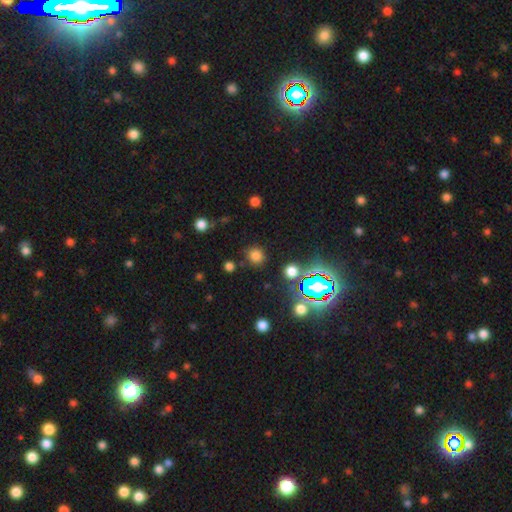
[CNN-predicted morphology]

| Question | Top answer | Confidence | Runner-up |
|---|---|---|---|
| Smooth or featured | smooth | 73% | star or artifact (22%) |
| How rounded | round | 89% | in between (10%) |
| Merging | none | 85% | minor disturbance (8%) |